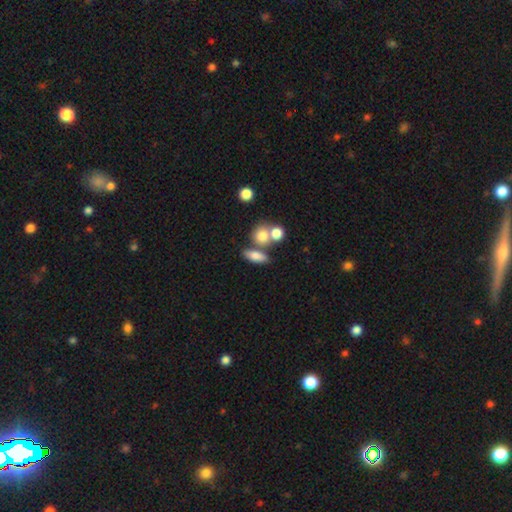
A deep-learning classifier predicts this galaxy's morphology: Overall: smooth (74%). How rounded: in between (59%; cigar-shaped 21%). Merging: none (57%; merger 27%).